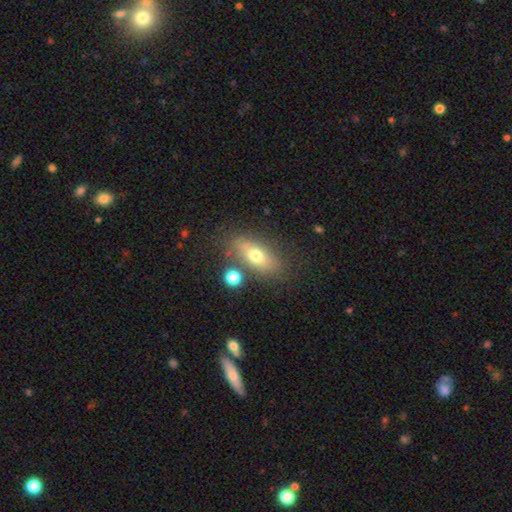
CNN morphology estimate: Smooth or featured? smooth (66%)
How rounded? in between (76%)
Merging? none (69%)